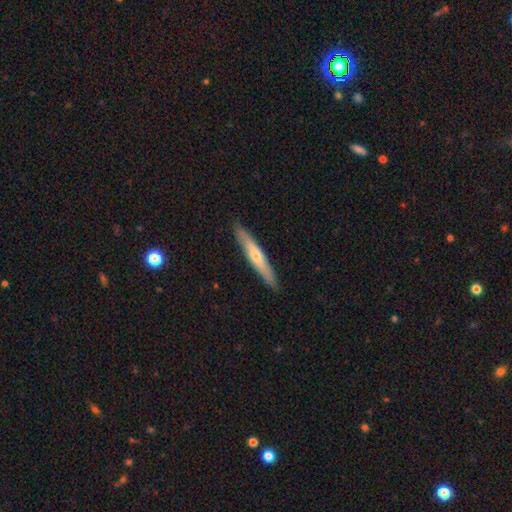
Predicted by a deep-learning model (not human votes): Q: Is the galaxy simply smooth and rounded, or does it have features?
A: featured or disk — 51%.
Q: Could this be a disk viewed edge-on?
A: yes — 90%.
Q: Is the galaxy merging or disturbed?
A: none — 90%.